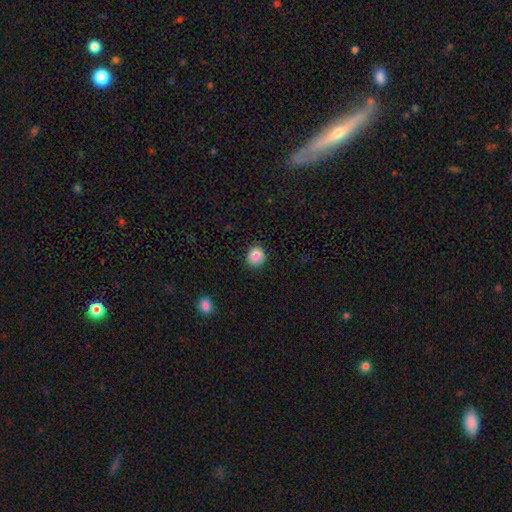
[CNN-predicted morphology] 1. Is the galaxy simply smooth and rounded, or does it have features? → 88% smooth, 9% star or artifact, 3% featured or disk.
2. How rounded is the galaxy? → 78% round, 21% in between, 1% cigar-shaped.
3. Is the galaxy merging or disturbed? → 89% none, 8% minor disturbance, 2% major disturbance, 1% merger.